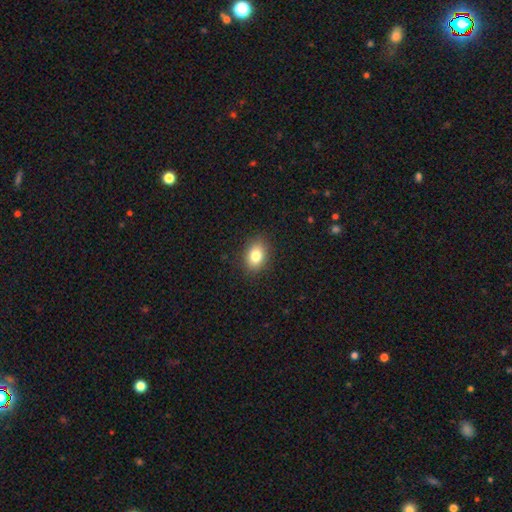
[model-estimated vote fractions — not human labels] This is clearly a smooth galaxy (82%). How rounded: likely in between (73%). Merging: clearly none (88%).